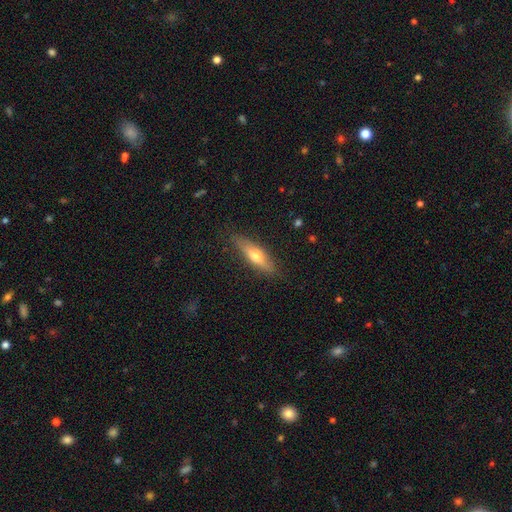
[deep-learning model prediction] Smooth or featured?
  - smooth: 51% *
  - featured or disk: 43%
  - star or artifact: 6%
How rounded?
  - cigar-shaped: 64% *
  - in between: 34%
  - round: 3%
Merging?
  - none: 85% *
  - minor disturbance: 11%
  - major disturbance: 3%
  - merger: 1%